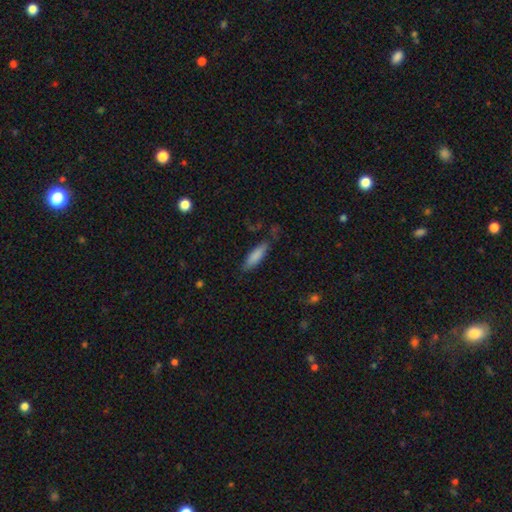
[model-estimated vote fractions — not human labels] smooth 83%, featured or disk 10%, star or artifact 7%. Down the decision tree: how rounded — cigar-shaped (58%); merging — none (74%).